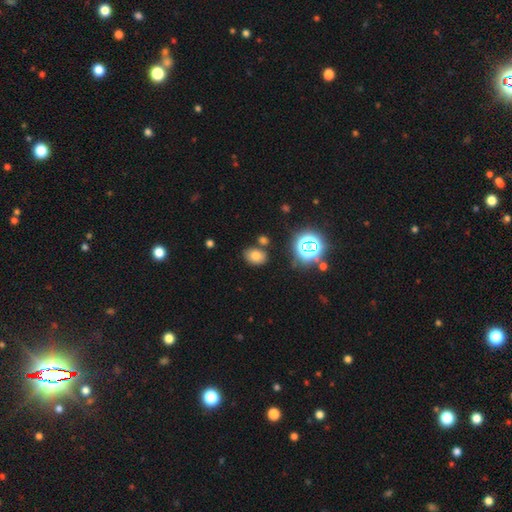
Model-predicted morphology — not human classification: smooth_or_featured: smooth (p=0.73) [alt: star or artifact p=0.19]
how_rounded: in between (p=0.73) [alt: round p=0.26]
merging: none (p=0.75) [alt: minor disturbance p=0.12]